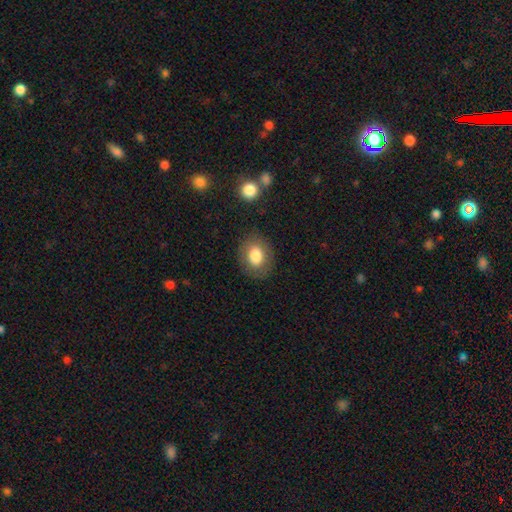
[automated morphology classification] Smooth or featured? smooth (80%)
How rounded? in between (59%)
Merging? none (83%)